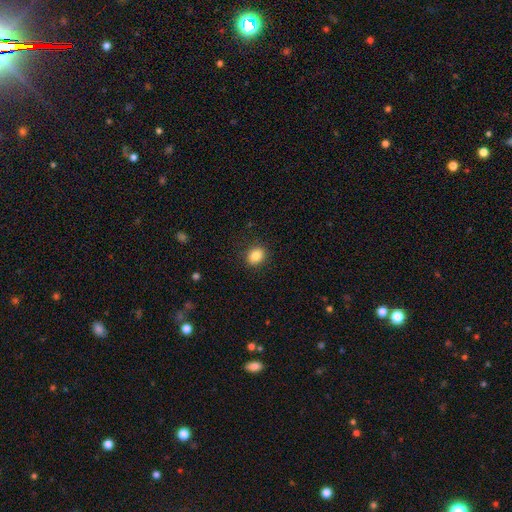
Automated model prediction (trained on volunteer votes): smooth-or-featured: smooth: 85% | star or artifact: 9% | featured or disk: 6%
  how-rounded: round: 52% | in between: 47% | cigar-shaped: 1%
  merging: none: 89% | minor disturbance: 8% | major disturbance: 2% | merger: 1%